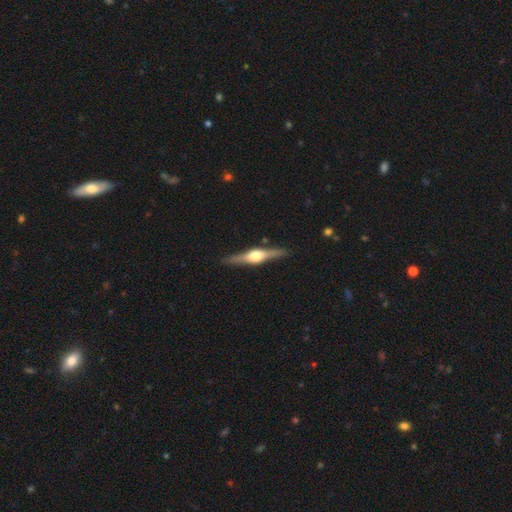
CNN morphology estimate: Smooth or featured: featured or disk — 79% (smooth — 17%)
Edge-on disk: yes — 98% (no — 2%)
Edge-on bulge: rounded — 92% (boxy — 7%)
Merging: none — 89% (minor disturbance — 8%)